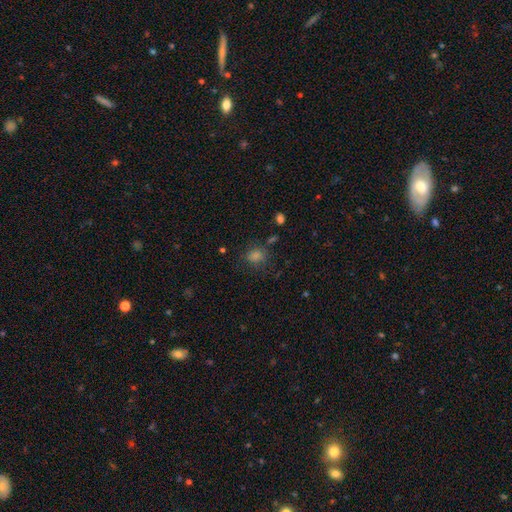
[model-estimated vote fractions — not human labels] Smooth or featured? Predicted: smooth (p=0.65). How rounded? Predicted: round (p=0.70). Merging? Predicted: none (p=0.75).